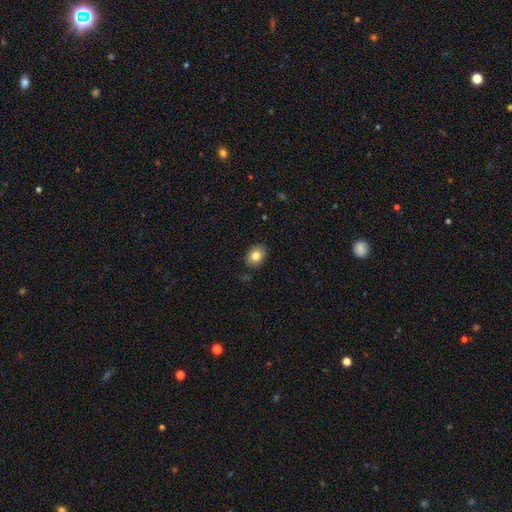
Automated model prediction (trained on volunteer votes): Smooth or featured?
  - smooth: 82% *
  - featured or disk: 9%
  - star or artifact: 8%
How rounded?
  - in between: 72% *
  - round: 27%
  - cigar-shaped: 1%
Merging?
  - none: 87% *
  - minor disturbance: 10%
  - major disturbance: 2%
  - merger: 1%